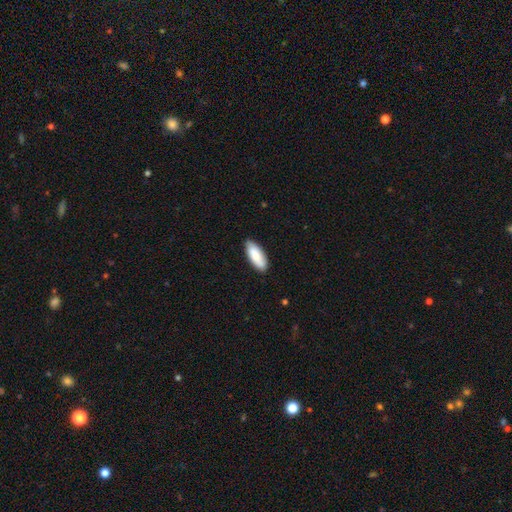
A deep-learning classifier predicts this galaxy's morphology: The model was most divided on "how rounded": in between: 78%, cigar-shaped: 20%, round: 2%. More confident: merging — none (85%); smooth or featured — smooth (85%).